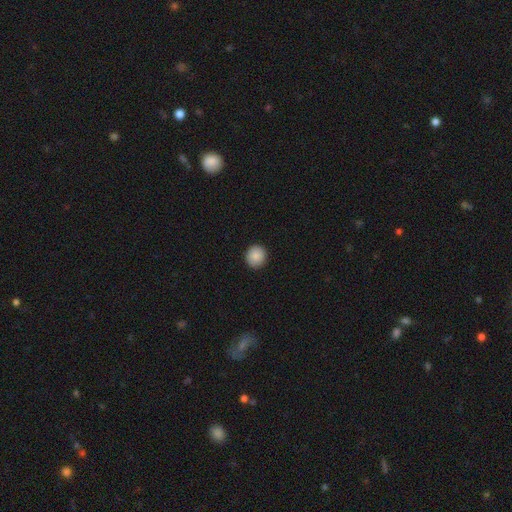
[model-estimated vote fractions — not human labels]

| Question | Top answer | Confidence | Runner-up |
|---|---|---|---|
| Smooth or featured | smooth | 88% | star or artifact (8%) |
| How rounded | round | 90% | in between (9%) |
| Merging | none | 92% | minor disturbance (6%) |